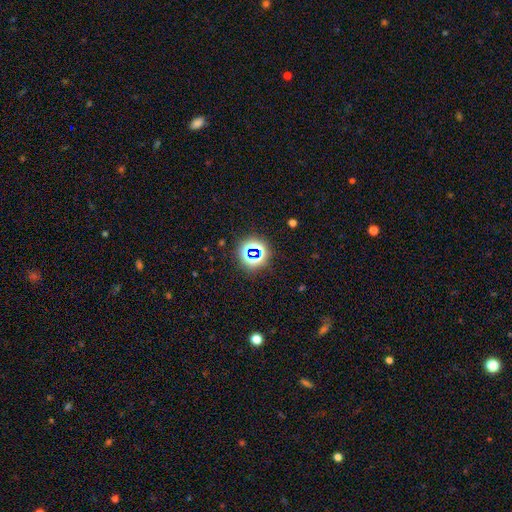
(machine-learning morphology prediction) Smooth or featured: star or artifact — 69% (smooth — 21%)